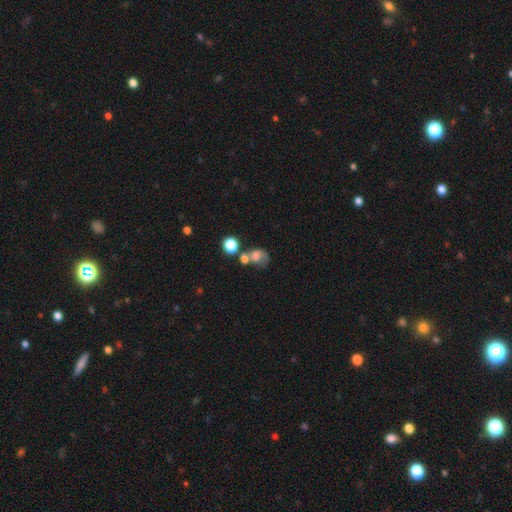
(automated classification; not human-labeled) A smooth galaxy with no disk features (60%) that is round (55%).

Vote fractions:
- Smooth or featured? smooth: 60% / featured or disk: 26% / star or artifact: 14%
- How rounded? round: 55% / in between: 44% / cigar-shaped: 1%
- Merging? merger: 38% / none: 30% / major disturbance: 16% / minor disturbance: 16%